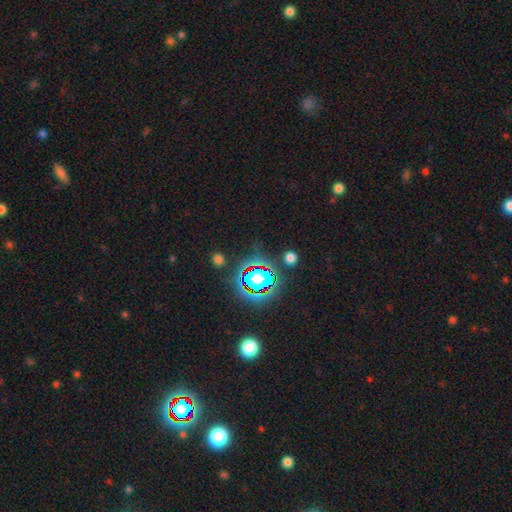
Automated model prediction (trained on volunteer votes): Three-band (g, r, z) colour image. It shows a star or artifact, not a galaxy (82%).